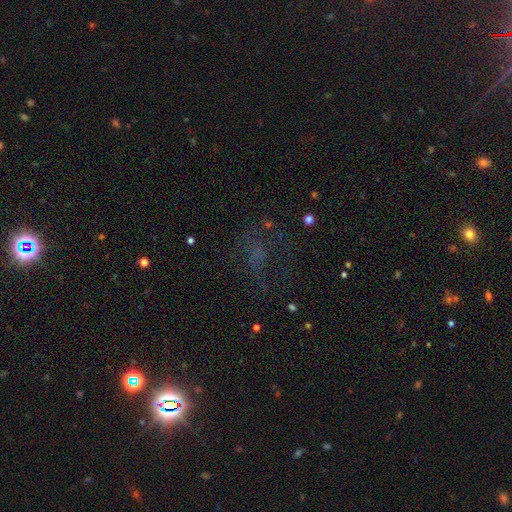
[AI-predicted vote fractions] Smooth or featured? Predicted: star or artifact (p=0.43).